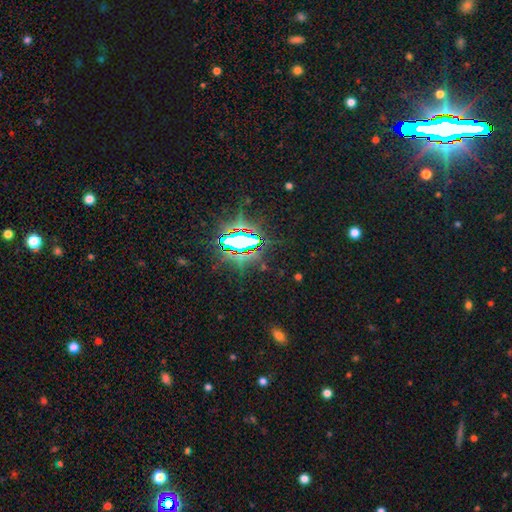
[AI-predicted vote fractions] This appears to be a star or artifact, not a galaxy (78%).